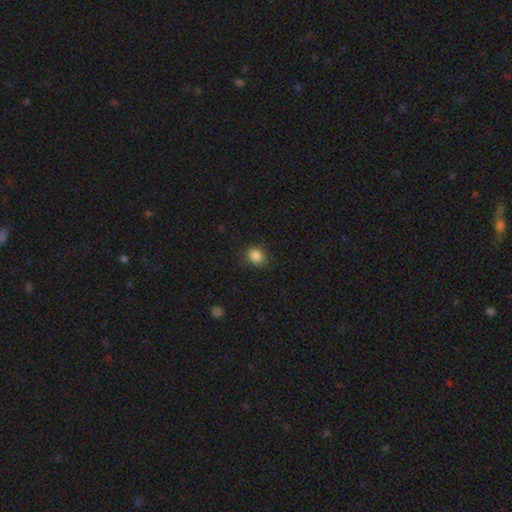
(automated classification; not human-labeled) smooth_or_featured: smooth (p=0.86) [alt: star or artifact p=0.11]
how_rounded: round (p=0.69) [alt: in between p=0.30]
merging: none (p=0.81) [alt: minor disturbance p=0.14]